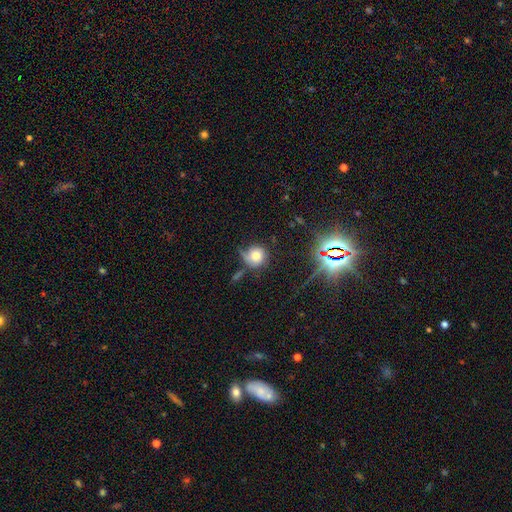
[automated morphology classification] This is likely a smooth galaxy (67%). How rounded: clearly round (87%). Merging: possibly none (46%).